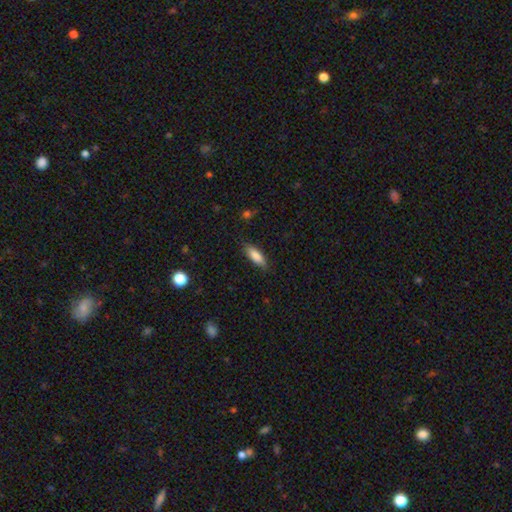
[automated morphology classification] Smooth or featured?
  - smooth: 82% *
  - featured or disk: 11%
  - star or artifact: 6%
How rounded?
  - in between: 60% *
  - cigar-shaped: 38%
  - round: 2%
Merging?
  - none: 82% *
  - minor disturbance: 14%
  - major disturbance: 3%
  - merger: 1%